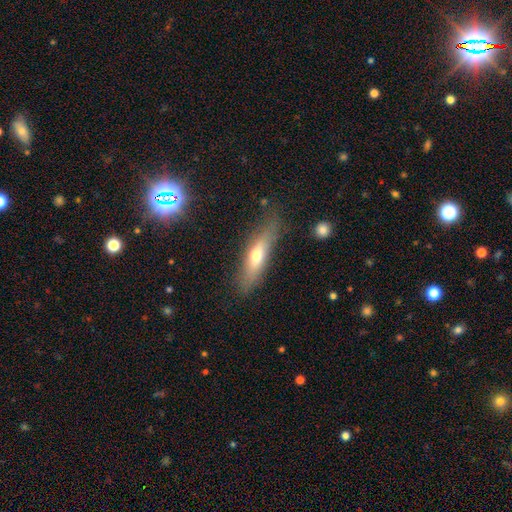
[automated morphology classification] This is possibly a smooth galaxy (57%). How rounded: likely cigar-shaped (67%). Merging: likely none (75%).